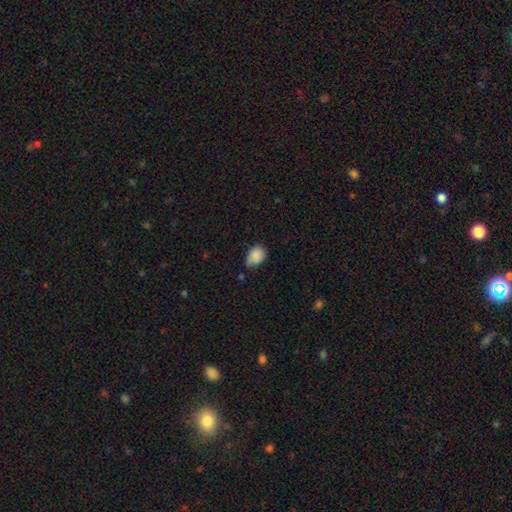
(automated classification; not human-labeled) smooth 86%, star or artifact 8%, featured or disk 6%. Down the decision tree: how rounded — in between (69%); merging — none (51%).